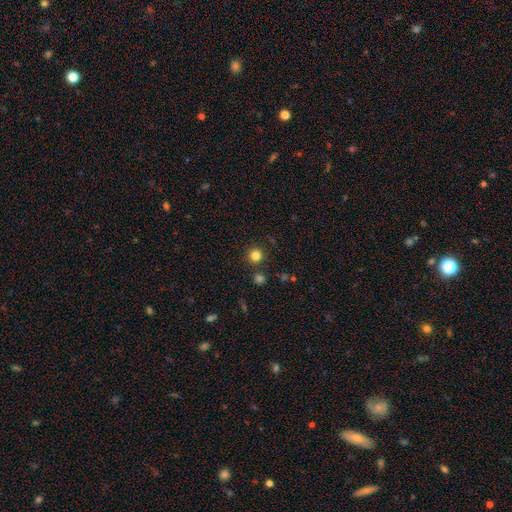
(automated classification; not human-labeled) The model was most divided on "smooth or featured": smooth: 81%, star or artifact: 14%, featured or disk: 5%. More confident: how rounded — round (95%); merging — none (87%).